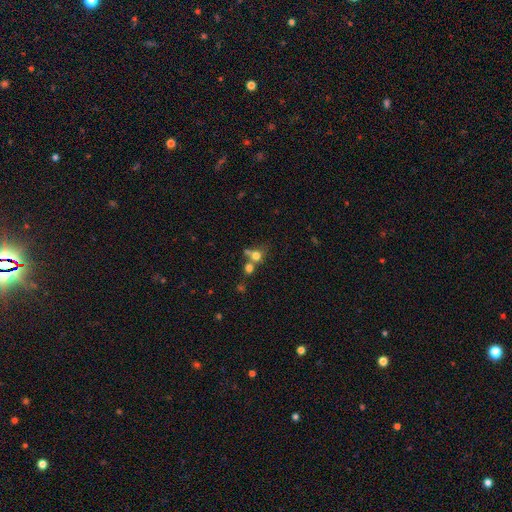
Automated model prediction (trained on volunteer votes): smooth_or_featured: smooth (p=0.71) [alt: star or artifact p=0.15]
how_rounded: round (p=0.78) [alt: in between p=0.21]
merging: merger (p=0.46) [alt: none p=0.40]